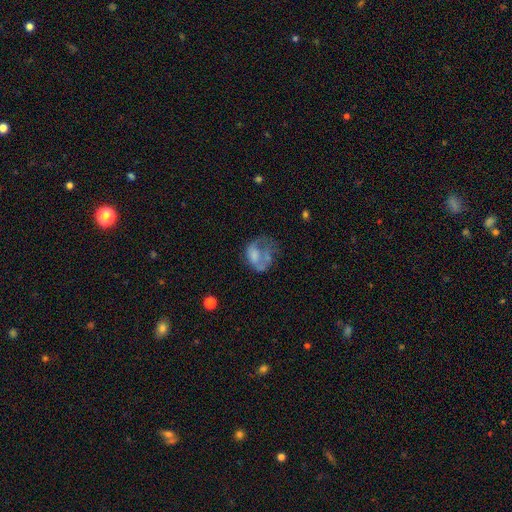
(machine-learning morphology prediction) Smooth or featured? Predicted: smooth (p=0.46). Merging? Predicted: major disturbance (p=0.47).